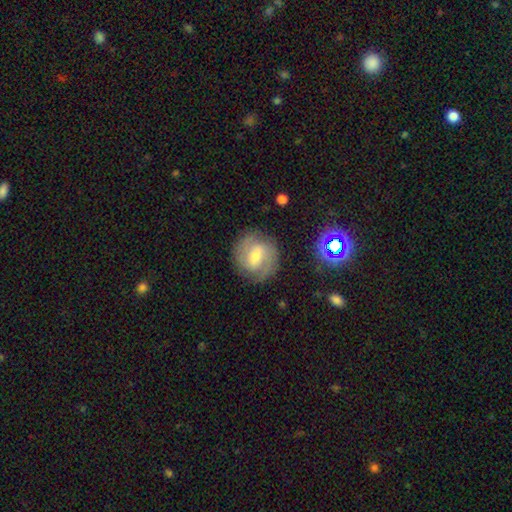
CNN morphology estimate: Q: Smooth or featured?
A: featured or disk (71%); runner-up: smooth (21%)
Q: Edge-on disk?
A: no (97%); runner-up: yes (3%)
Q: Bar?
A: weak (52%); runner-up: strong (27%)
Q: Spiral arms?
A: yes (90%); runner-up: no (10%)
Q: Spiral winding?
A: tight (47%); runner-up: medium (41%)
Q: Spiral arm count?
A: 2 (72%); runner-up: can't tell (14%)
Q: Bulge size?
A: moderate (51%); runner-up: small (42%)
Q: Merging?
A: none (81%); runner-up: minor disturbance (12%)